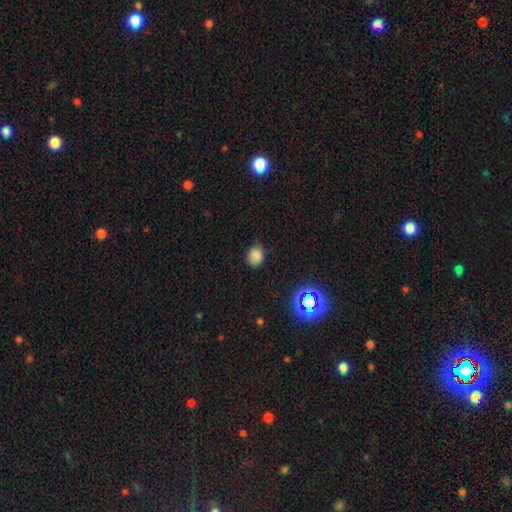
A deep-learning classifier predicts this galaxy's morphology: smooth-or-featured: smooth: 80% | star or artifact: 15% | featured or disk: 4%
  how-rounded: round: 54% | in between: 45% | cigar-shaped: 1%
  merging: none: 76% | minor disturbance: 19% | major disturbance: 4% | merger: 1%